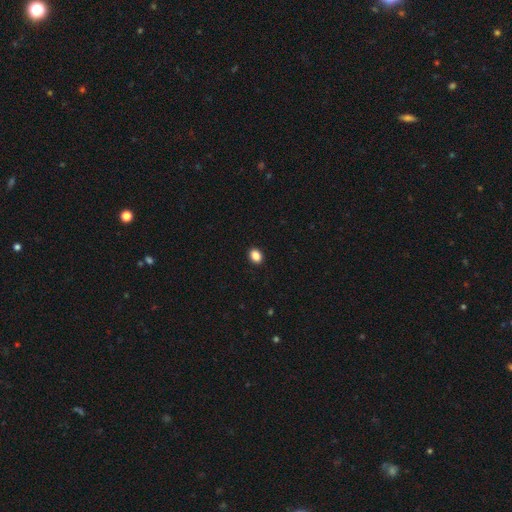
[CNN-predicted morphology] smooth 87%, star or artifact 10%, featured or disk 3%. Down the decision tree: how rounded — in between (58%); merging — none (92%).